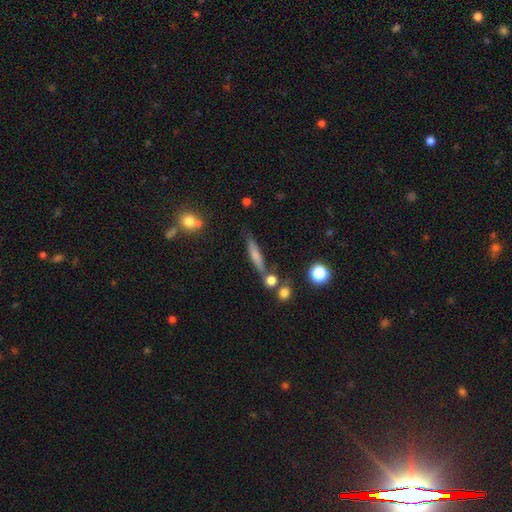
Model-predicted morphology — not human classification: Smooth or featured? smooth (61%)
How rounded? cigar-shaped (85%)
Merging? none (70%)